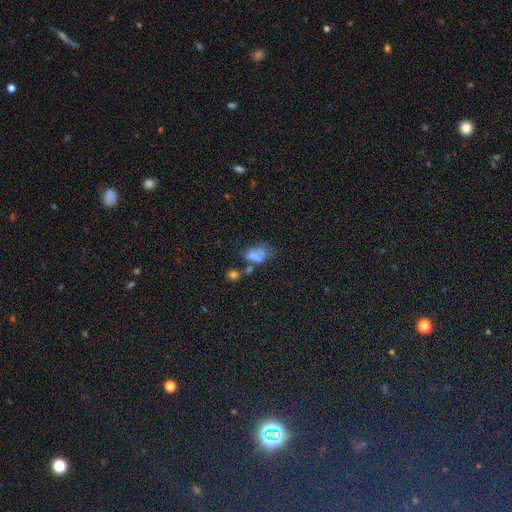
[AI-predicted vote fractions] Smooth or featured?
  - smooth: 59% *
  - featured or disk: 22%
  - star or artifact: 20%
How rounded?
  - in between: 81% *
  - round: 17%
  - cigar-shaped: 2%
Merging?
  - none: 29% *
  - major disturbance: 25%
  - minor disturbance: 24%
  - merger: 23%